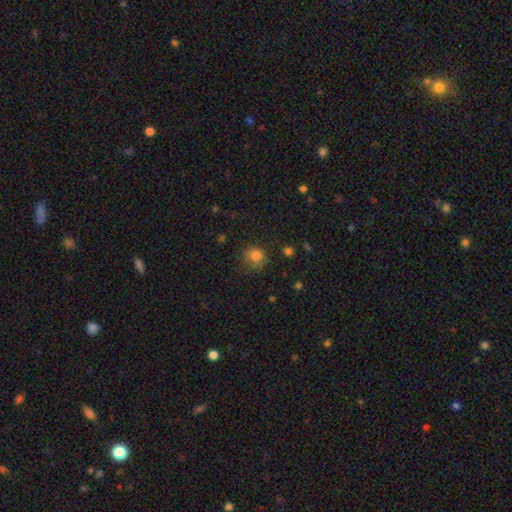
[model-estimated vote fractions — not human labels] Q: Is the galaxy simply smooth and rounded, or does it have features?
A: smooth — 79%.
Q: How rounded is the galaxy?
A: round — 77%.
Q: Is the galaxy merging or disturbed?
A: none — 62%.